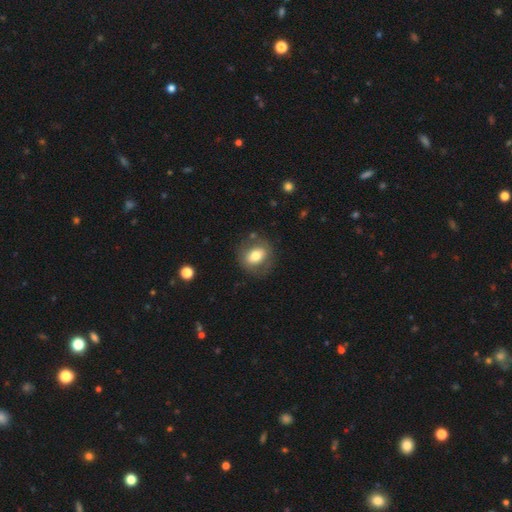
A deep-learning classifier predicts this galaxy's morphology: This is likely a smooth galaxy (66%). How rounded: possibly round (54%). Merging: likely none (77%).